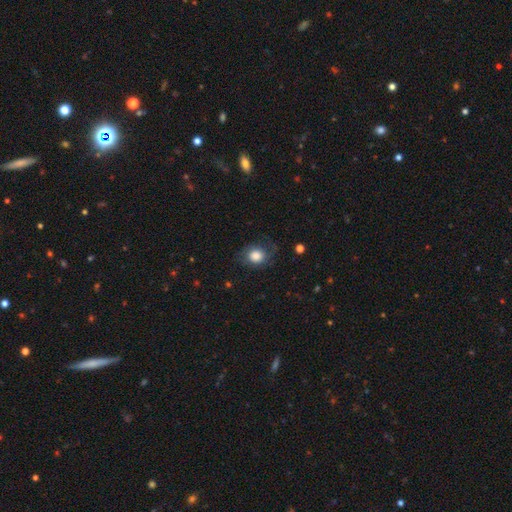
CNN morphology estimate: smooth-or-featured: smooth: 75% | featured or disk: 16% | star or artifact: 9%
  how-rounded: round: 68% | in between: 31% | cigar-shaped: 1%
  merging: none: 64% | minor disturbance: 22% | major disturbance: 12% | merger: 1%